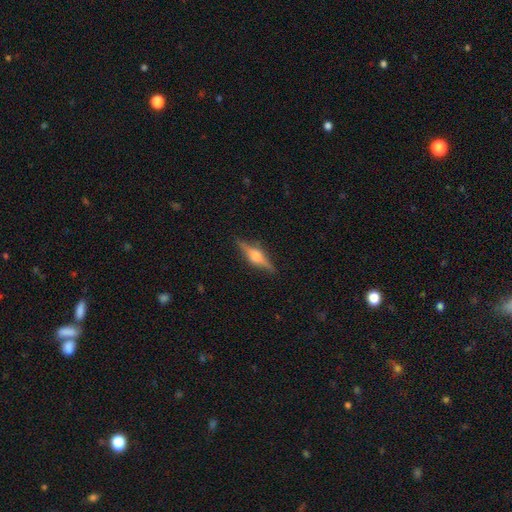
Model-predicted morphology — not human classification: This appears to be a featured or disk galaxy (76%) viewed edge-on (97%) with a rounded central bulge (90%). Merging: none (88%).